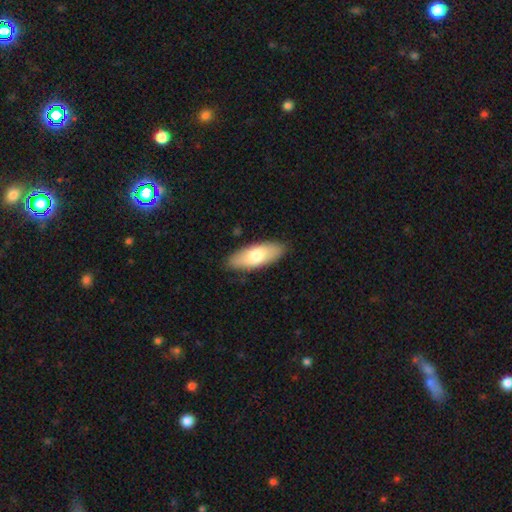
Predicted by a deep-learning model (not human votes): This appears to be a smooth galaxy with no disk features (74%) that is in between round and cigar-shaped (76%). Merging: none (87%).